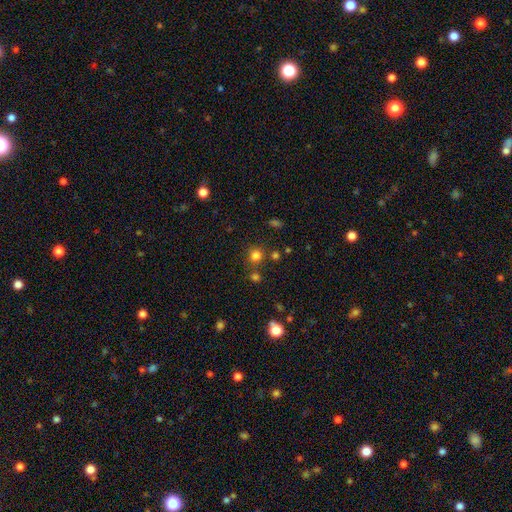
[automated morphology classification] Smooth or featured?
  - smooth: 78% *
  - star or artifact: 17%
  - featured or disk: 5%
How rounded?
  - round: 90% *
  - in between: 9%
  - cigar-shaped: 1%
Merging?
  - none: 77% *
  - merger: 11%
  - minor disturbance: 8%
  - major disturbance: 4%